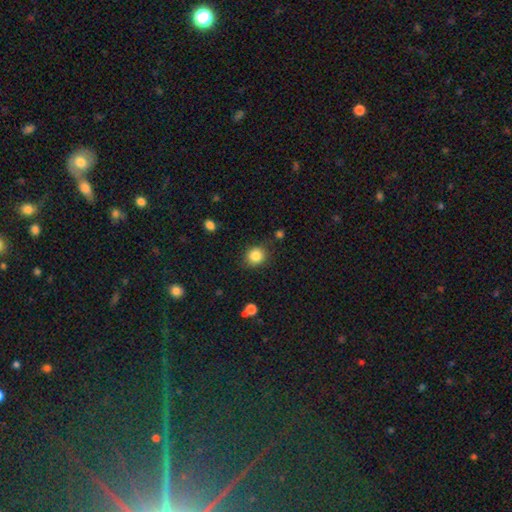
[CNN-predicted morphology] Overall: smooth (85%). How rounded: round (82%). Merging: none (83%).